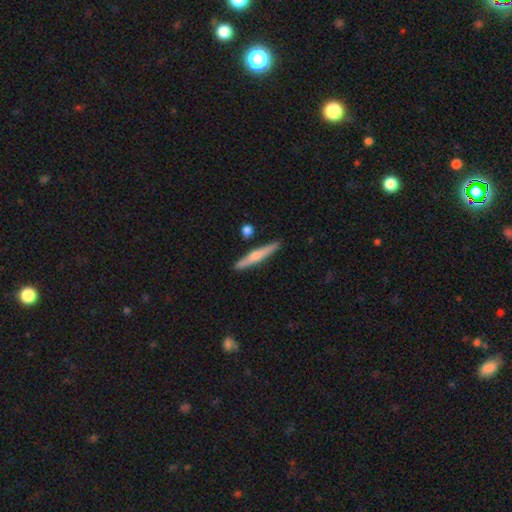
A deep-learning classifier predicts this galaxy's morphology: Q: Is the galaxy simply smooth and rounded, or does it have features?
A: featured or disk — 52%.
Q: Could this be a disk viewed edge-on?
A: yes — 96%.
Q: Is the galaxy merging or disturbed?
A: none — 88%.